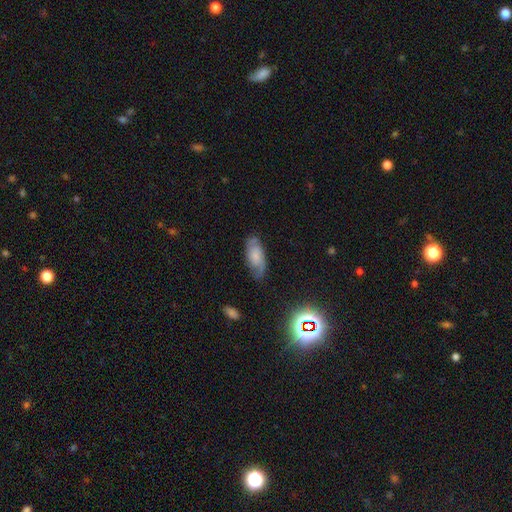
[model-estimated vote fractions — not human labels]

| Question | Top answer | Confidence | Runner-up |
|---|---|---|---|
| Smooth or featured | featured or disk | 51% | smooth (40%) |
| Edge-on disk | no | 90% | yes (10%) |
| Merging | none | 70% | minor disturbance (21%) |